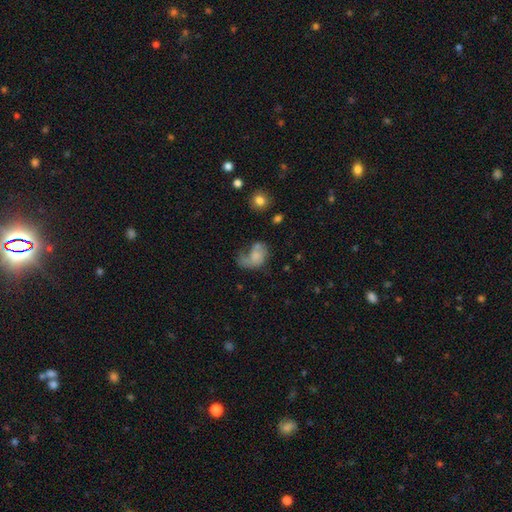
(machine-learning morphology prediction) smooth_or_featured: smooth (p=0.50) [alt: featured or disk p=0.40]
how_rounded: in between (p=0.72) [alt: round p=0.26]
merging: major disturbance (p=0.45) [alt: none p=0.23]